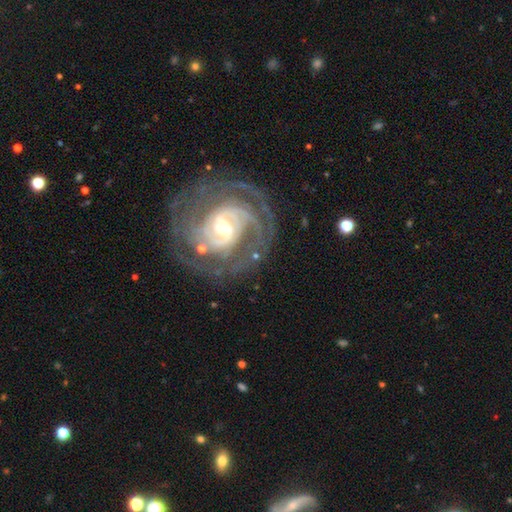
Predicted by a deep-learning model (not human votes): smooth-or-featured: featured or disk: 91% | star or artifact: 5% | smooth: 4%
  disk-edge-on: no: 97% | yes: 3%
    bar: weak: 44% | no: 33% | strong: 23%
    has-spiral-arms: yes: 98% | no: 2%
      spiral-winding: tight: 65% | medium: 30% | loose: 5%
      spiral-arm-count: 2: 29% | 3: 25% | can't tell: 20% | 4: 13% | more than 4: 7% | 1: 6%
    bulge-size: moderate: 48% | small: 45% | large: 5% | none: 1% | dominant: 1%
  merging: none: 72% | minor disturbance: 16% | major disturbance: 10% | merger: 3%